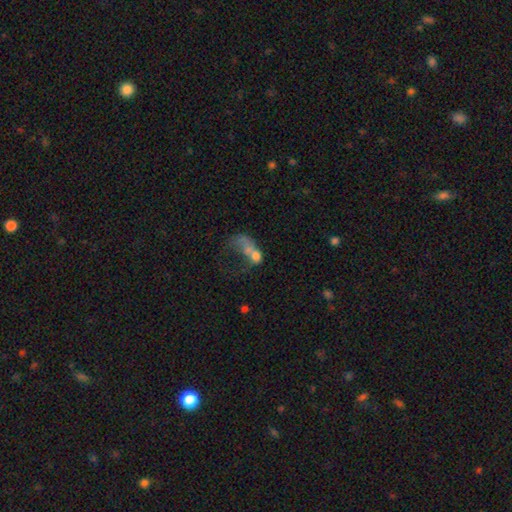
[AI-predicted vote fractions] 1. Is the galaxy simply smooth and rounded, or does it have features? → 54% smooth, 33% featured or disk, 13% star or artifact.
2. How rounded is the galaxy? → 69% in between, 26% round, 5% cigar-shaped.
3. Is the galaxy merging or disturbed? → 40% merger (tied), 40% major disturbance (tied), 12% none, 8% minor disturbance.